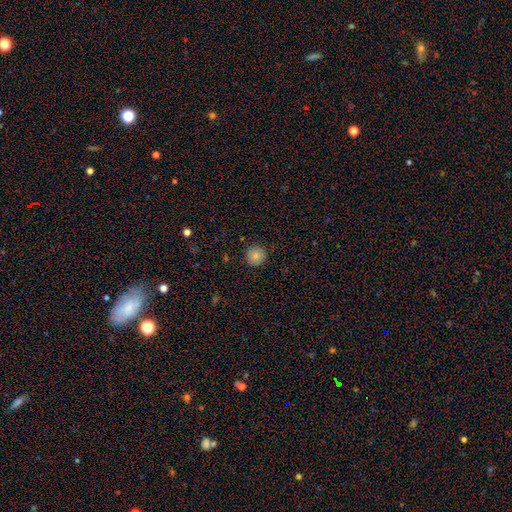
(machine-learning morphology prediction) Smooth or featured? smooth (83%)
How rounded? round (94%)
Merging? none (88%)